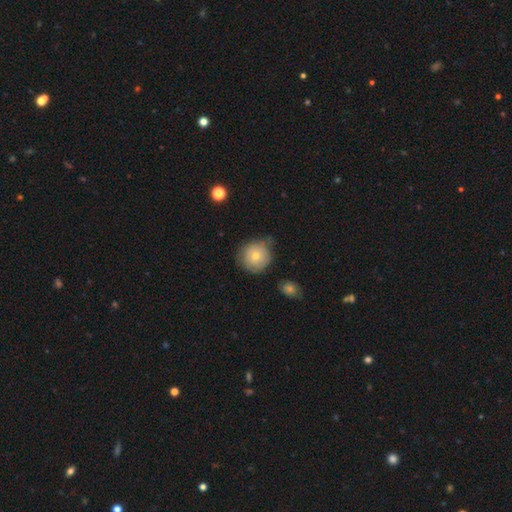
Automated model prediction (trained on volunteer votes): A smooth galaxy with no disk features (73%) that is round (90%).

Vote fractions:
- Smooth or featured? smooth: 73% / featured or disk: 19% / star or artifact: 8%
- How rounded? round: 90% / in between: 9% / cigar-shaped: 1%
- Merging? none: 64% / minor disturbance: 26% / major disturbance: 6% / merger: 4%